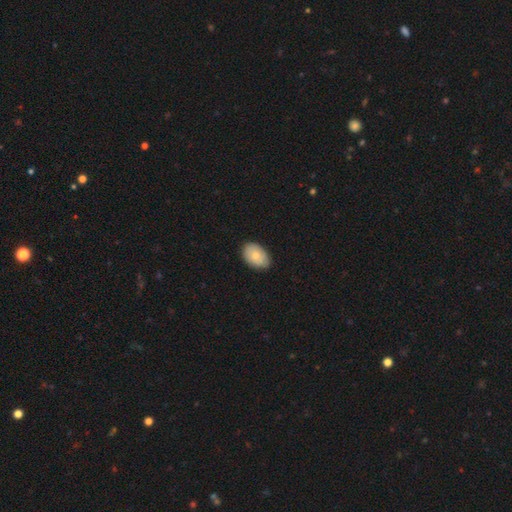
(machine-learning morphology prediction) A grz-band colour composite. It shows a smooth galaxy with no disk features (76%) that is in between round and cigar-shaped (87%). Merging: none (83%).